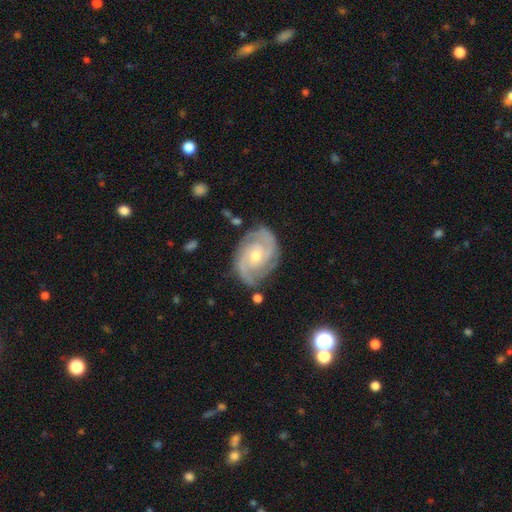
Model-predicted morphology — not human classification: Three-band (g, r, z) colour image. It shows a featured or disk galaxy (91%) with no bar (64%), 2 (56%) tight (59%) spiral arms (98%) and a moderate central bulge (55%). Merging: none (79%).